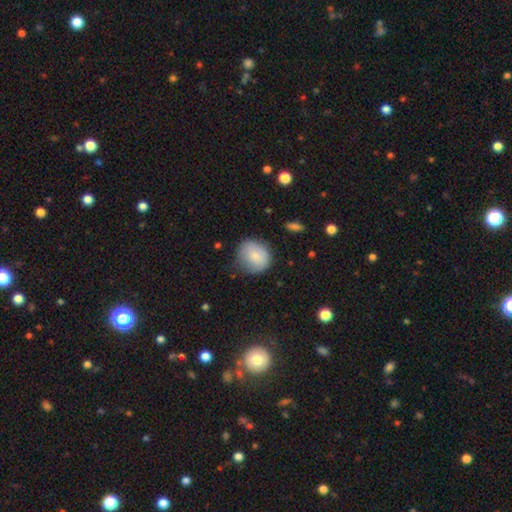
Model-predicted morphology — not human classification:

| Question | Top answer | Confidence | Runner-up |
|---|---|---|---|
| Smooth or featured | smooth | 81% | featured or disk (12%) |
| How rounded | round | 76% | in between (23%) |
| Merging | none | 67% | minor disturbance (25%) |